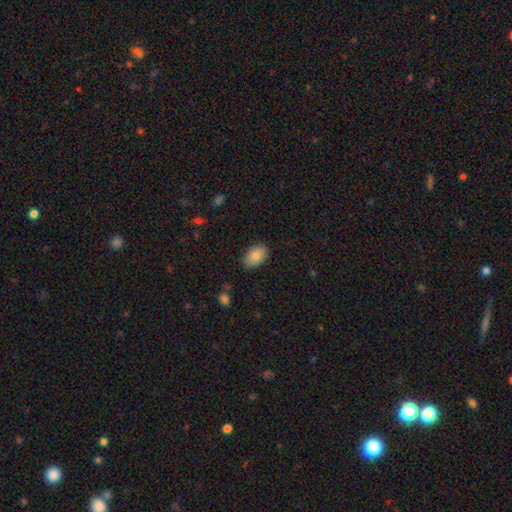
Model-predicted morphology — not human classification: Smooth or featured?
  - smooth: 84% *
  - featured or disk: 9%
  - star or artifact: 7%
How rounded?
  - in between: 88% *
  - round: 11%
  - cigar-shaped: 1%
Merging?
  - none: 87% *
  - minor disturbance: 10%
  - major disturbance: 2%
  - merger: 1%